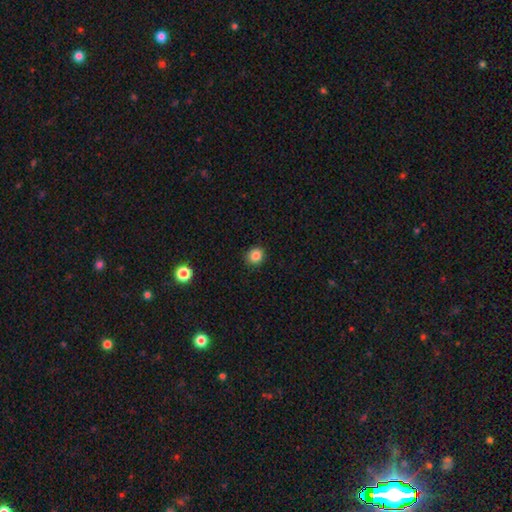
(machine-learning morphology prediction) The model was most divided on "how rounded": round: 81%, in between: 18%, cigar-shaped: 1%. More confident: merging — none (90%); smooth or featured — smooth (85%).